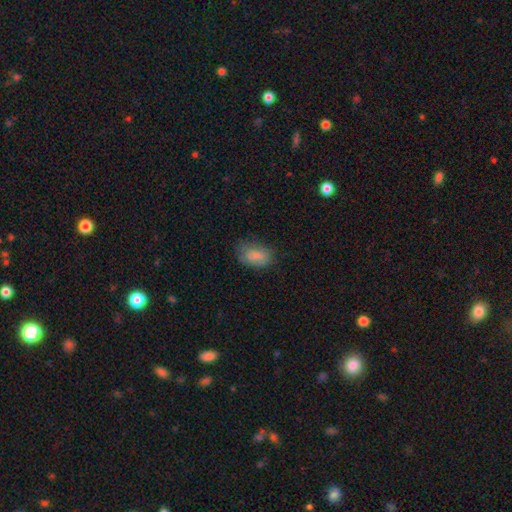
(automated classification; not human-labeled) smooth 81%, featured or disk 11%, star or artifact 8%. Down the decision tree: how rounded — in between (85%); merging — none (65%).